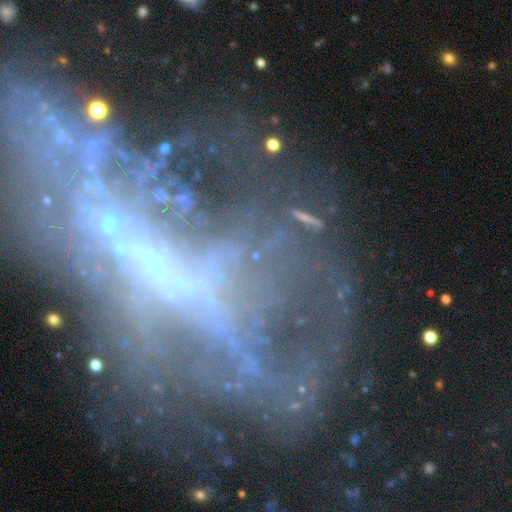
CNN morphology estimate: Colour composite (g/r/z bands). It shows a featured or disk galaxy (65%) with no bar (61%), no spiral arms (70%) and no central bulge (53%). Merging: major disturbance (40%).